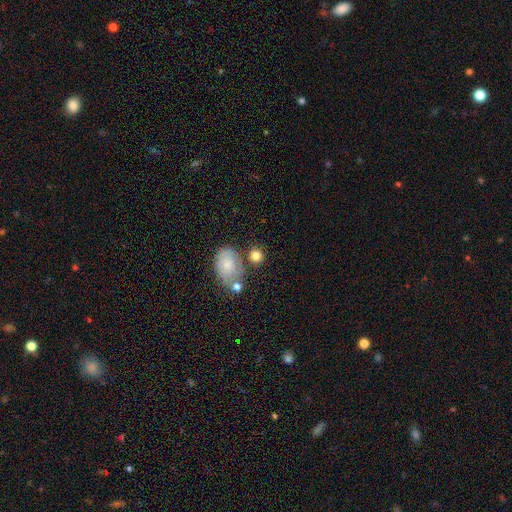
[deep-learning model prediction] The model was most divided on "merging": none: 67%, merger: 14%, minor disturbance: 14%, major disturbance: 5%. More confident: smooth or featured — smooth (81%); how rounded — round (77%).